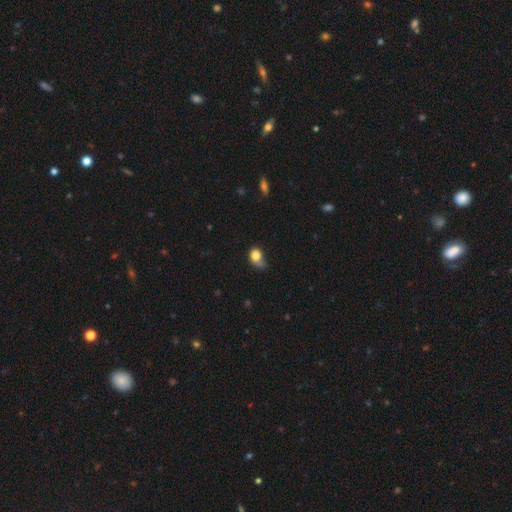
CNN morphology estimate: smooth-or-featured: smooth: 80% | featured or disk: 11% | star or artifact: 9%
  how-rounded: in between: 54% | round: 44% | cigar-shaped: 2%
  merging: minor disturbance: 39% | none: 30% | major disturbance: 25% | merger: 6%